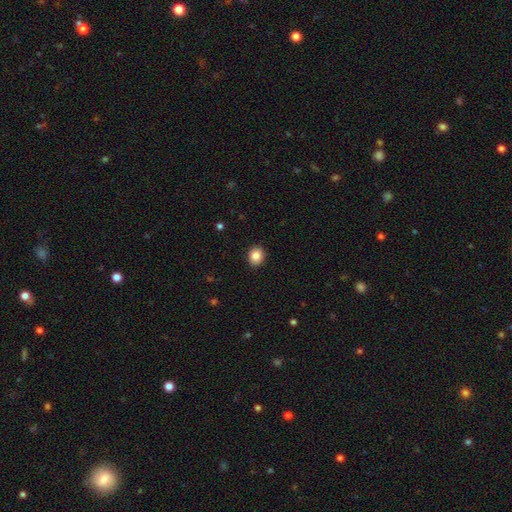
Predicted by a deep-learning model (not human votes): Q: Smooth or featured?
A: smooth (86%); runner-up: star or artifact (9%)
Q: How rounded?
A: round (62%); runner-up: in between (37%)
Q: Merging?
A: none (91%); runner-up: minor disturbance (6%)